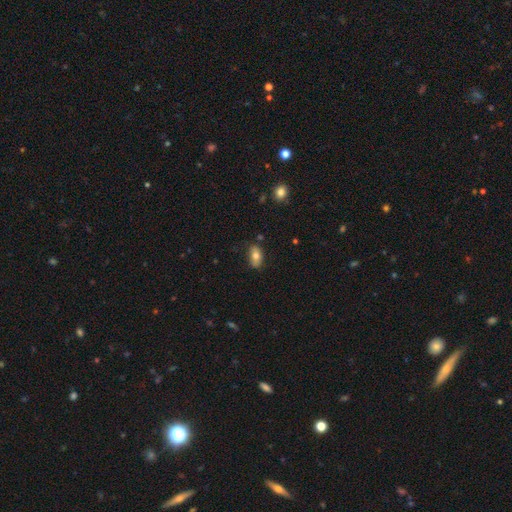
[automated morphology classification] smooth_or_featured: smooth (p=0.73) [alt: featured or disk p=0.19]
how_rounded: in between (p=0.90) [alt: round p=0.06]
merging: none (p=0.71) [alt: minor disturbance p=0.22]